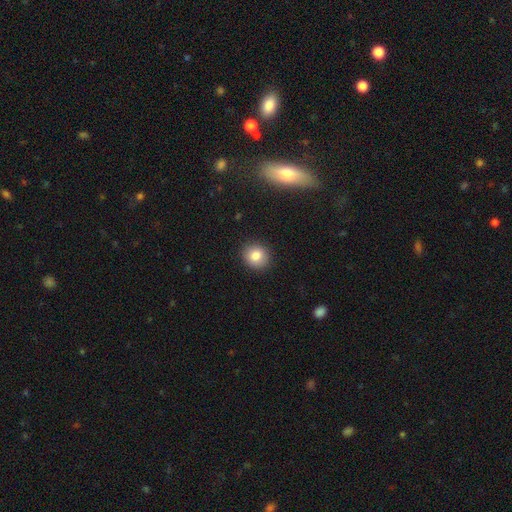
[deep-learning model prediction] A smooth galaxy with no disk features (83%) that is round (84%).

Vote fractions:
- Smooth or featured? smooth: 83% / star or artifact: 10% / featured or disk: 7%
- How rounded? round: 84% / in between: 15% / cigar-shaped: 1%
- Merging? none: 90% / minor disturbance: 7% / major disturbance: 2% / merger: 1%